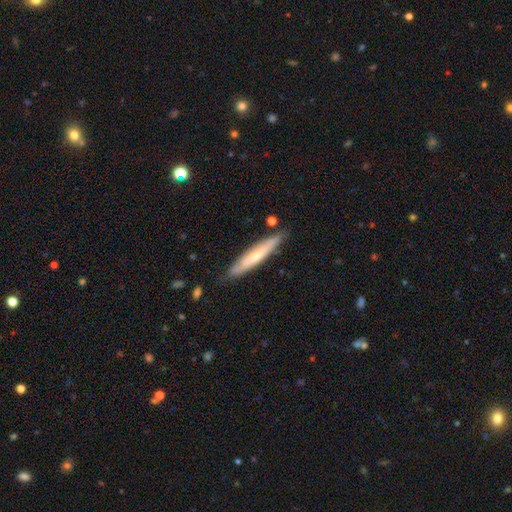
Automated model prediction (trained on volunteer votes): smooth-or-featured: smooth: 54% | featured or disk: 41% | star or artifact: 5%
  how-rounded: cigar-shaped: 90% | in between: 9% | round: 1%
  merging: none: 82% | minor disturbance: 13% | major disturbance: 2% | merger: 2%